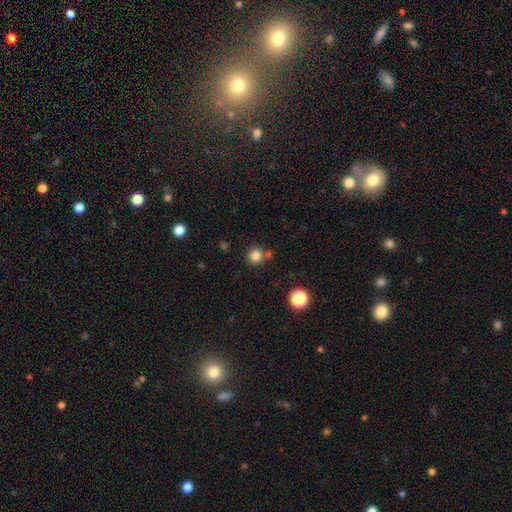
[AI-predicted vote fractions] The model was most divided on "merging": none: 73%, merger: 14%, minor disturbance: 10%, major disturbance: 3%. More confident: how rounded — round (93%); smooth or featured — smooth (82%).